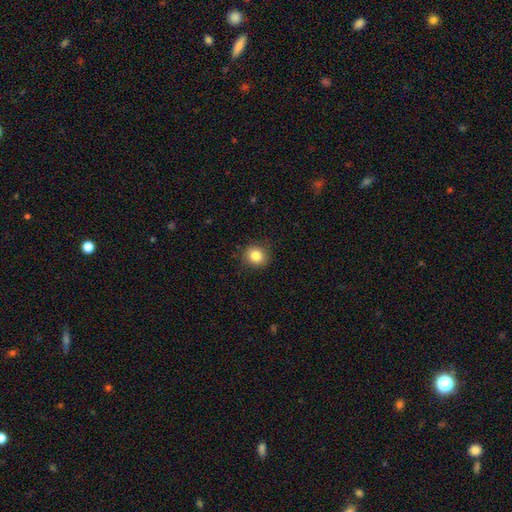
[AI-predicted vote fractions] The model was most divided on "how rounded": round: 84%, in between: 15%, cigar-shaped: 1%. More confident: merging — none (88%); smooth or featured — smooth (84%).